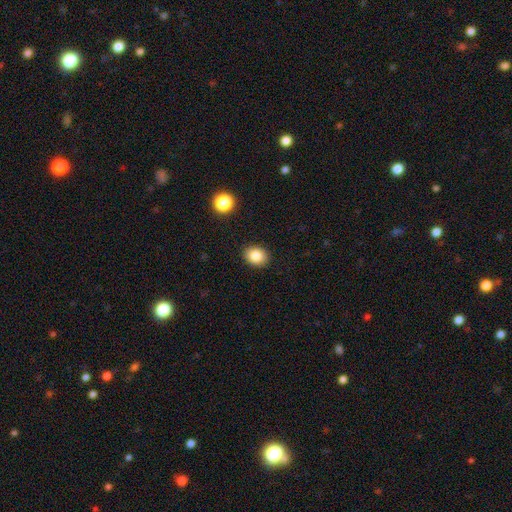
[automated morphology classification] The model was most divided on "how rounded": round: 53%, in between: 46%, cigar-shaped: 1%. More confident: merging — none (90%); smooth or featured — smooth (84%).